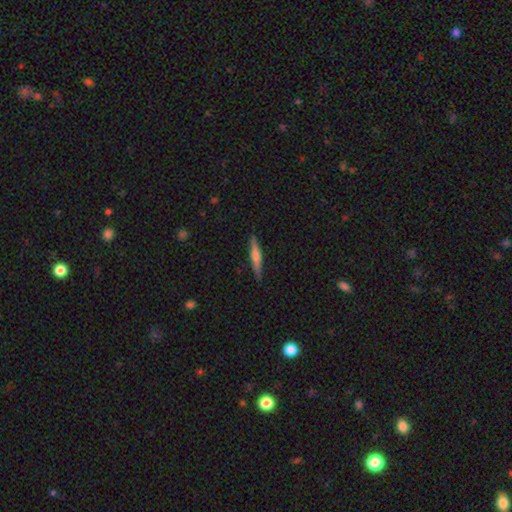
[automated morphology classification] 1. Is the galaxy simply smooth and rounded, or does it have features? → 53% featured or disk, 40% smooth, 6% star or artifact.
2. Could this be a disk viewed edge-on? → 97% yes, 3% no.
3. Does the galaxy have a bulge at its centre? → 69% rounded, 18% none, 13% boxy.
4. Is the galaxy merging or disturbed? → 90% none, 7% minor disturbance, 1% major disturbance, 1% merger.